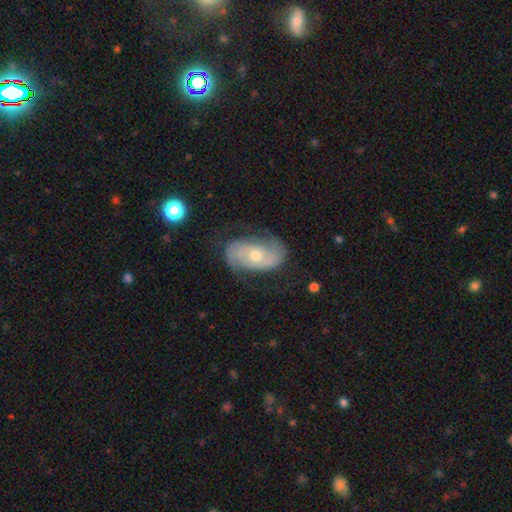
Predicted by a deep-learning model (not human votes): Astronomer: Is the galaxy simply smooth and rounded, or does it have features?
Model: featured or disk — 74%.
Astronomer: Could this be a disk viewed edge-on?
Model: no — 95%.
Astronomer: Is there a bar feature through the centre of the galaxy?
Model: no — 68%.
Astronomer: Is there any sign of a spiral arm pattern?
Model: yes — 87%.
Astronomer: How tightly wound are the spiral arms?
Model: medium — 41% (runner-up: tight, 38%).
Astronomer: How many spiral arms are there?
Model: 2 — 73%.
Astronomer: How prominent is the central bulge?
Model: moderate — 61%.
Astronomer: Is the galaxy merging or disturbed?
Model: none — 66%.